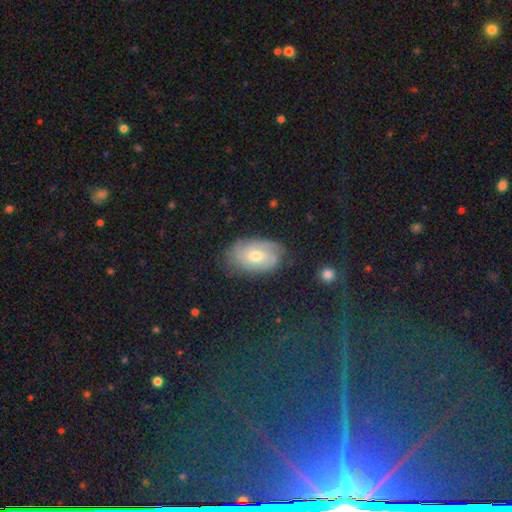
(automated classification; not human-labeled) A featured or disk galaxy (57%) with no bar (71%), spiral arms (80%) and a moderate central bulge (68%).

Vote fractions:
- Smooth or featured? featured or disk: 57% / smooth: 34% / star or artifact: 10%
- Edge-on disk? no: 94% / yes: 6%
- Bar? no: 71% / weak: 25% / strong: 4%
- Spiral arms? yes: 80% / no: 20%
- Bulge size? moderate: 68% / small: 26% / large: 4% / none: 1% / dominant: 1%
- Merging? none: 71% / minor disturbance: 21% / major disturbance: 6% / merger: 1%